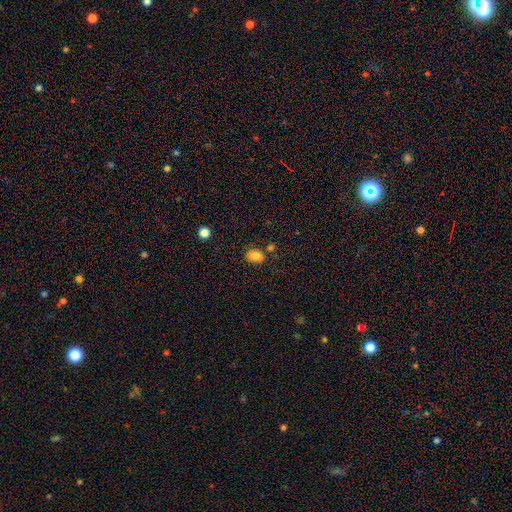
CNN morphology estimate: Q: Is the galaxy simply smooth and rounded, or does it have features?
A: smooth — 79%.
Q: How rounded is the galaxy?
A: in between — 69%.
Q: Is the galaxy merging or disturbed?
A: none — 72%.